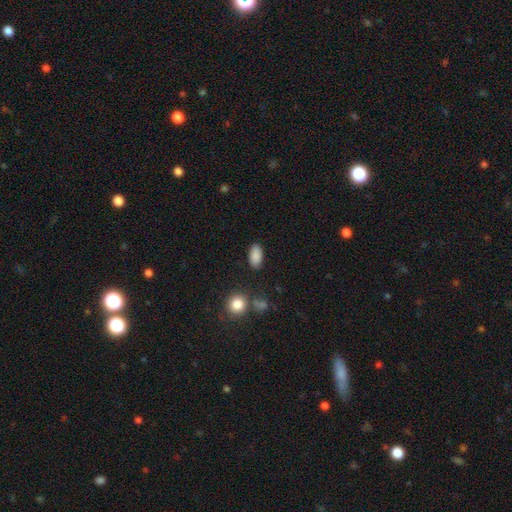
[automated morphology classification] Smooth or featured? Predicted: smooth (p=0.88). How rounded? Predicted: in between (p=0.92). Merging? Predicted: none (p=0.86).